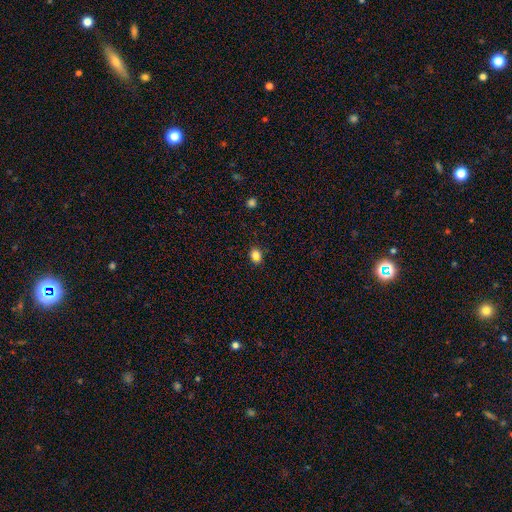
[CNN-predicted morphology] Smooth or featured: smooth — 82% (star or artifact — 12%)
How rounded: round — 59% (in between — 40%)
Merging: none — 83% (minor disturbance — 12%)